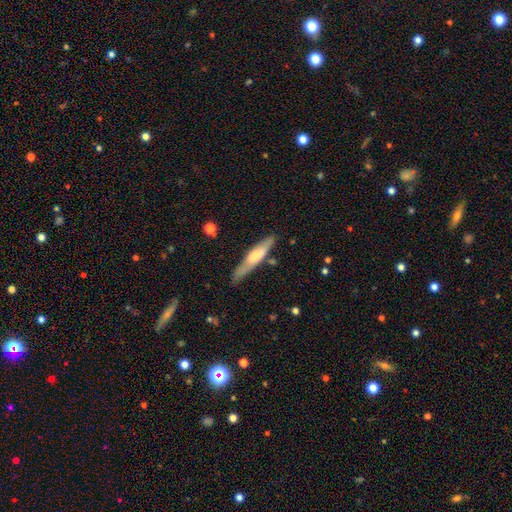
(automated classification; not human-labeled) A smooth galaxy with no disk features (50%).

Vote fractions:
- Smooth or featured? smooth: 50% / featured or disk: 45% / star or artifact: 6%
- Merging? none: 75% / minor disturbance: 17% / major disturbance: 4% / merger: 4%